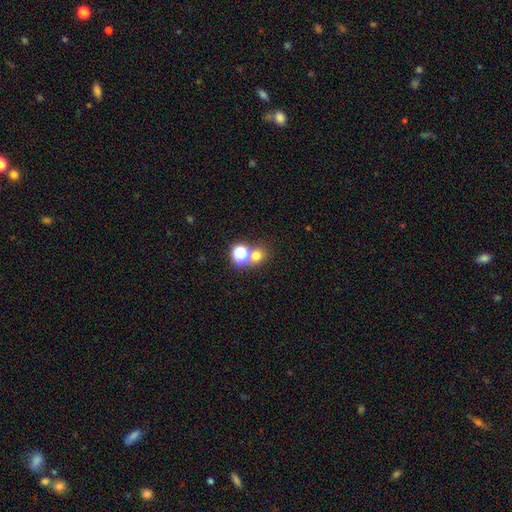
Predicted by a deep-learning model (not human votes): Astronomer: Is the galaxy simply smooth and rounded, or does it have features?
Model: smooth — 67%.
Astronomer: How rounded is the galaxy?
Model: round — 79%.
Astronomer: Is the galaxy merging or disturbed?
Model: none — 60%.